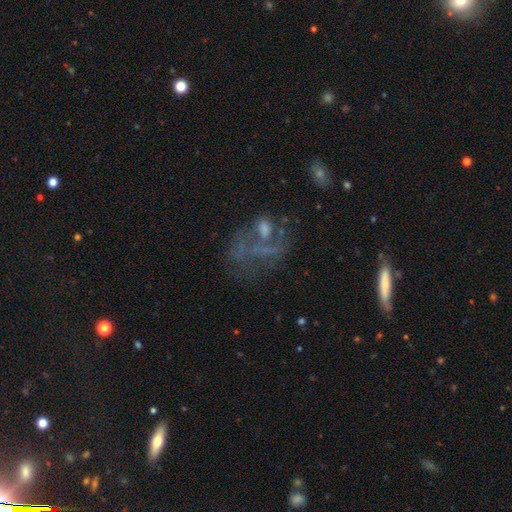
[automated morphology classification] featured or disk 51%, star or artifact 26%, smooth 23%. Down the decision tree: edge-on disk — no (92%); merging — none (42%).